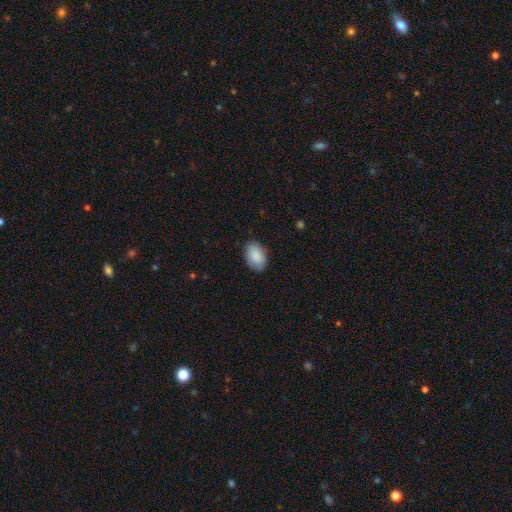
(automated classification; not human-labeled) This appears to be a smooth galaxy with no disk features (88%) that is in between round and cigar-shaped (89%). Merging: none (83%).